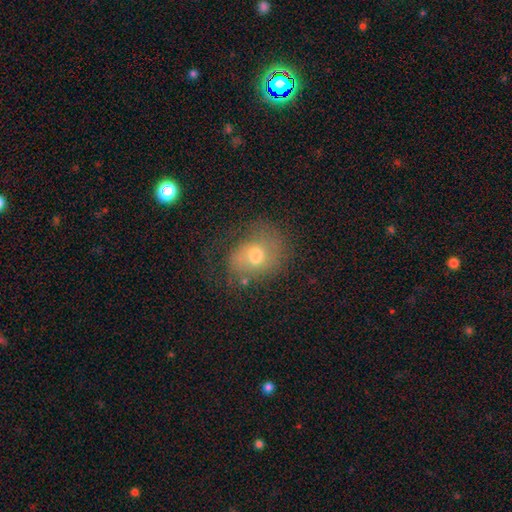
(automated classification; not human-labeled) This appears to be a smooth galaxy with no disk features (54%) that is in between round and cigar-shaped (50%). Merging: none (54%).